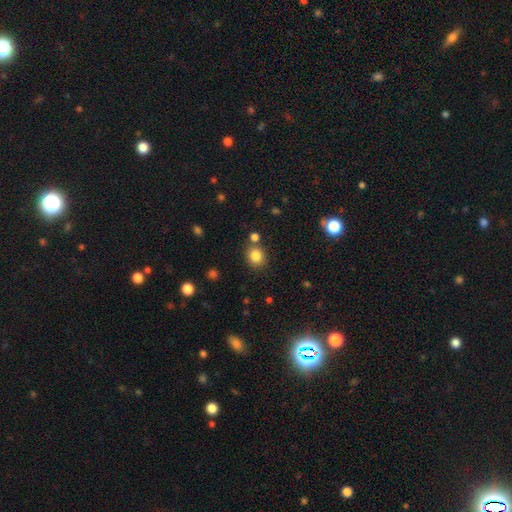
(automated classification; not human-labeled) Smooth or featured: smooth — 83% (star or artifact — 12%)
How rounded: round — 77% (in between — 22%)
Merging: none — 79% (merger — 9%)